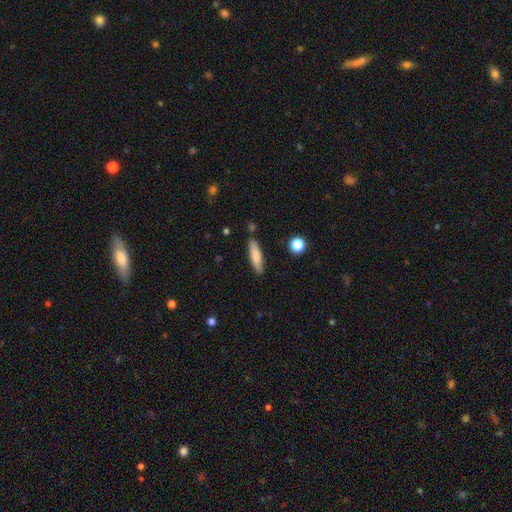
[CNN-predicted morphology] type=smooth (80%); roundness=cigar-shaped (71%); merging=none (85%).